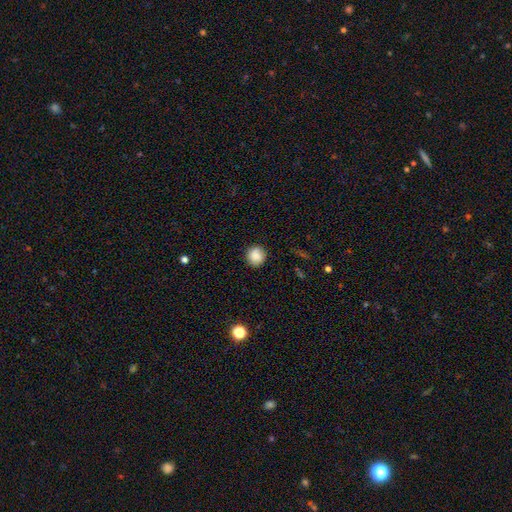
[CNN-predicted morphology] This appears to be a smooth galaxy with no disk features (86%) that is round (90%). Merging: none (87%).